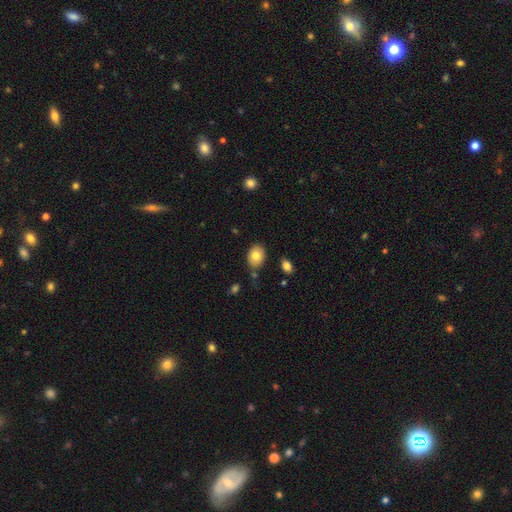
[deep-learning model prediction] smooth 80%, featured or disk 12%, star or artifact 8%. Down the decision tree: how rounded — in between (69%); merging — none (79%).